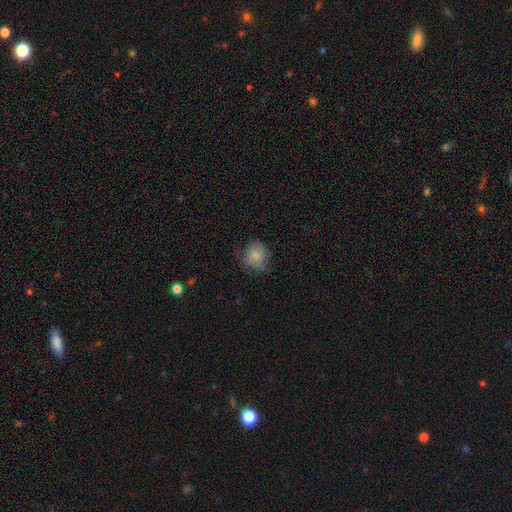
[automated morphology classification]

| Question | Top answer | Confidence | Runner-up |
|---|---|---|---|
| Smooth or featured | smooth | 83% | featured or disk (9%) |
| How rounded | round | 84% | in between (15%) |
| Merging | none | 72% | minor disturbance (21%) |